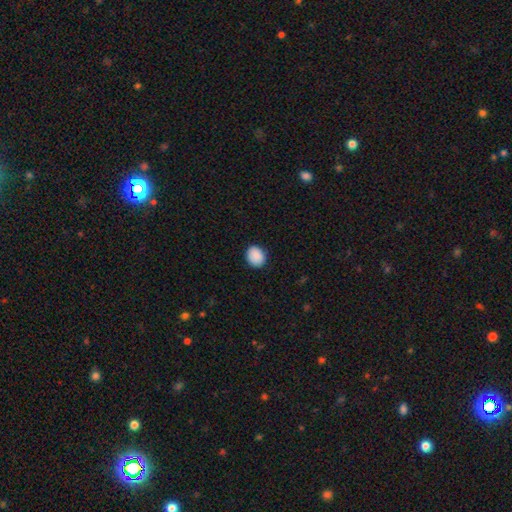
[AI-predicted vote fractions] Q: Smooth or featured?
A: smooth (89%); runner-up: star or artifact (7%)
Q: How rounded?
A: round (60%); runner-up: in between (39%)
Q: Merging?
A: none (86%); runner-up: minor disturbance (10%)